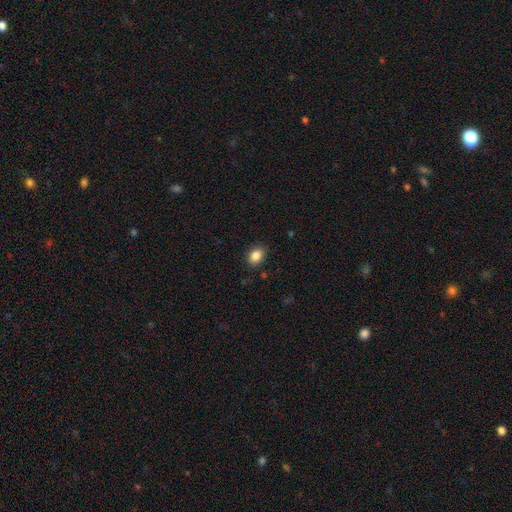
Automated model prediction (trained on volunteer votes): The model was most divided on "how rounded": in between: 72%, round: 27%, cigar-shaped: 1%. More confident: smooth or featured — smooth (87%); merging — none (87%).